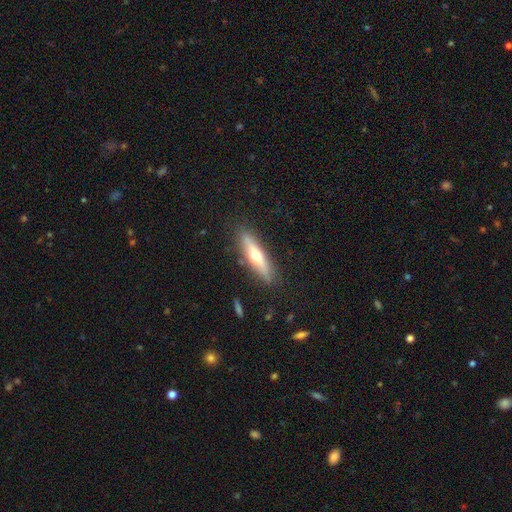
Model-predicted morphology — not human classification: A featured or disk galaxy (48%).

Vote fractions:
- Smooth or featured? featured or disk: 48% / smooth: 46% / star or artifact: 6%
- Merging? none: 84% / minor disturbance: 11% / major disturbance: 3% / merger: 2%